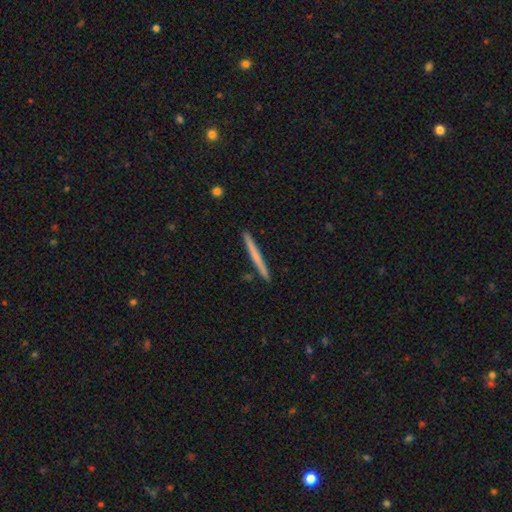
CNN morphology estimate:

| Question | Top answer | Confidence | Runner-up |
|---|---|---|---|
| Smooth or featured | smooth | 60% | featured or disk (35%) |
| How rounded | cigar-shaped | 97% | in between (2%) |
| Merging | none | 92% | minor disturbance (5%) |